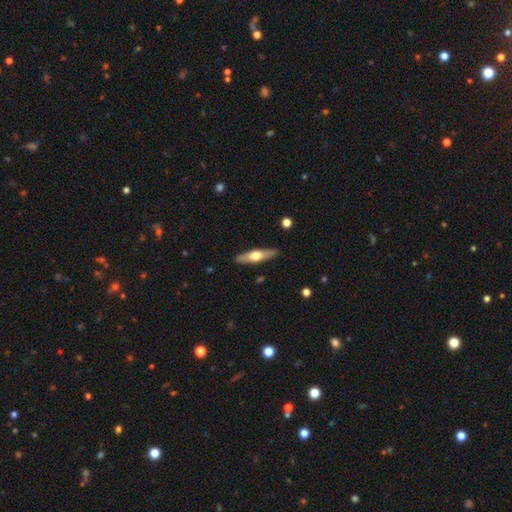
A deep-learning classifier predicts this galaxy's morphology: This is possibly a featured or disk galaxy (49%). Merging: clearly none (89%).